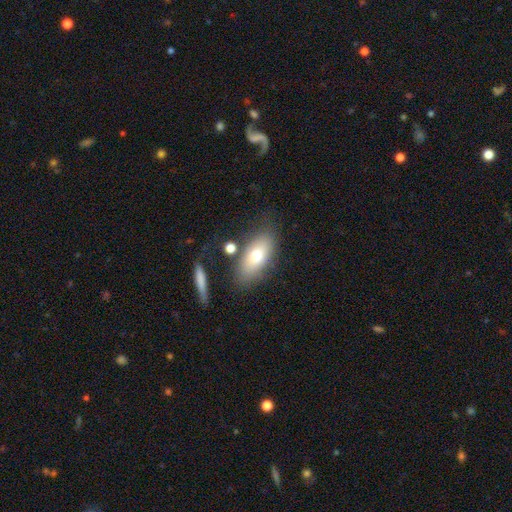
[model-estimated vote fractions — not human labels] smooth 70%, featured or disk 22%, star or artifact 8%. Down the decision tree: how rounded — in between (87%); merging — none (72%).